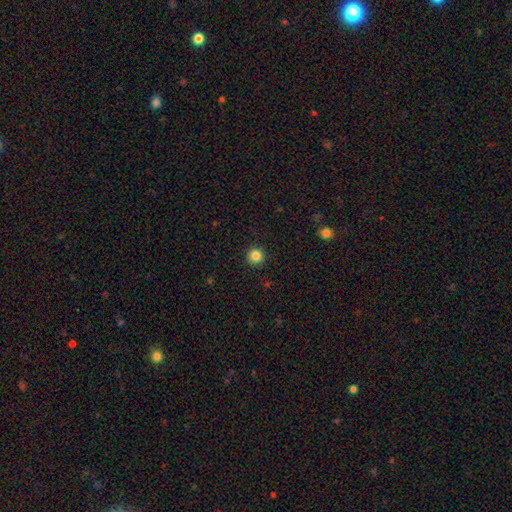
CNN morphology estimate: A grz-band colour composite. It shows a smooth galaxy with no disk features (85%) that is round (95%). Merging: none (92%).